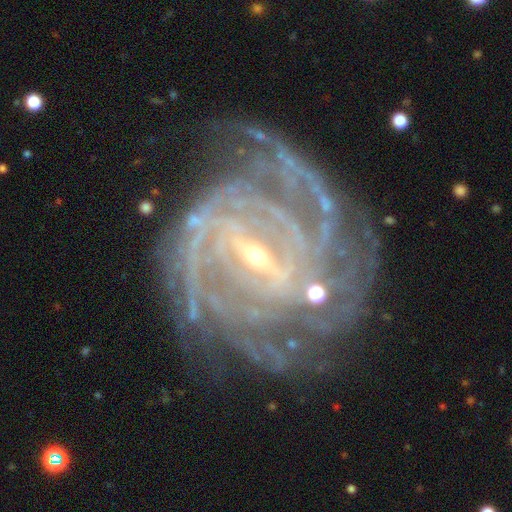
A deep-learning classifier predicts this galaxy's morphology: featured or disk 91%, star or artifact 6%, smooth 3%. Down the decision tree: edge-on disk — no (97%); bar — strong (56%); spiral arms — yes (98%); spiral arm count — 4 (27%); spiral winding — tight (74%); bulge size — small (72%); merging — none (70%).